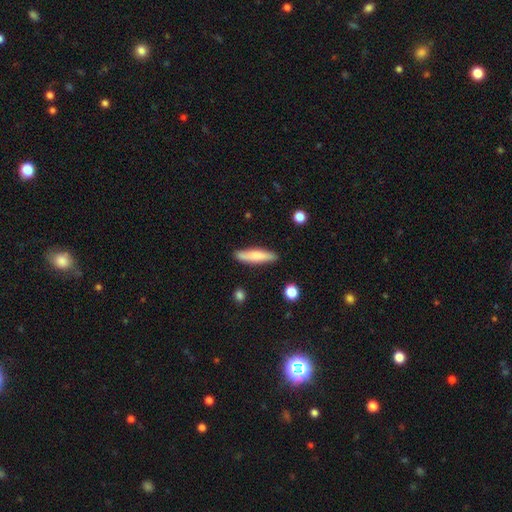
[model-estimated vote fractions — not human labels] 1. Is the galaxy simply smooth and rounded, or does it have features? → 72% smooth, 23% featured or disk, 6% star or artifact.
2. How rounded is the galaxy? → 81% cigar-shaped, 17% in between, 2% round.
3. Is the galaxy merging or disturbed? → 83% none, 12% minor disturbance, 2% major disturbance, 2% merger.